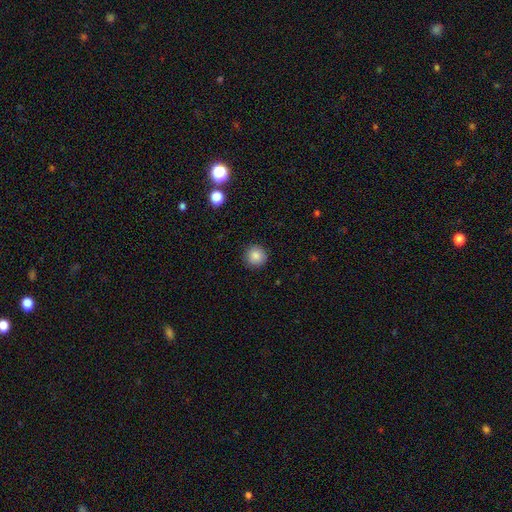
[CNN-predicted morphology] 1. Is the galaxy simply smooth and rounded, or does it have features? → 86% smooth, 9% star or artifact, 5% featured or disk.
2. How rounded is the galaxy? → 95% round, 4% in between, 1% cigar-shaped.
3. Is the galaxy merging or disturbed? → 91% none, 6% minor disturbance, 2% major disturbance, 1% merger.